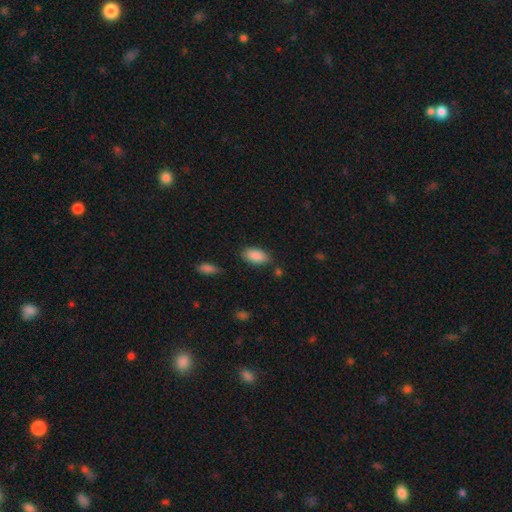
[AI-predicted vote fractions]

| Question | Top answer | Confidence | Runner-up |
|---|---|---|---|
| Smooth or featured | smooth | 89% | star or artifact (7%) |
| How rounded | in between | 93% | cigar-shaped (4%) |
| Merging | none | 77% | minor disturbance (16%) |